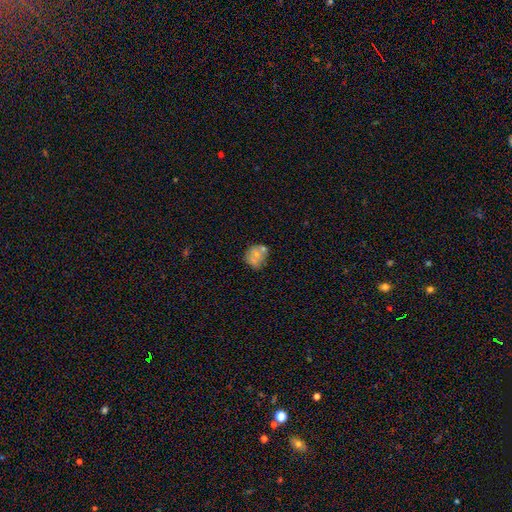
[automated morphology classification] Smooth or featured: smooth — 63% (featured or disk — 26%)
How rounded: round — 68% (in between — 31%)
Merging: none — 53% (merger — 22%)